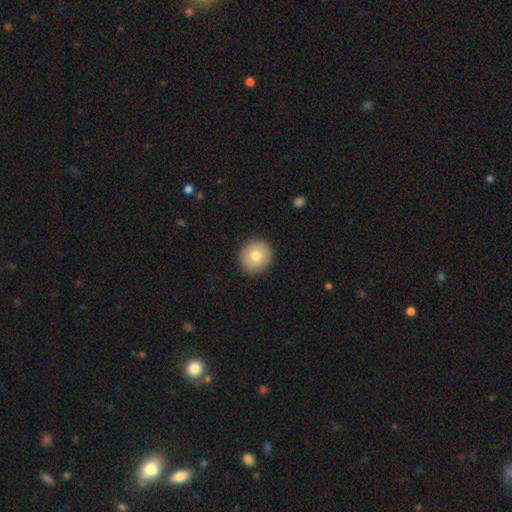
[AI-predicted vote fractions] Morphology: type=smooth (78%); roundness=round (92%); merging=none (91%).